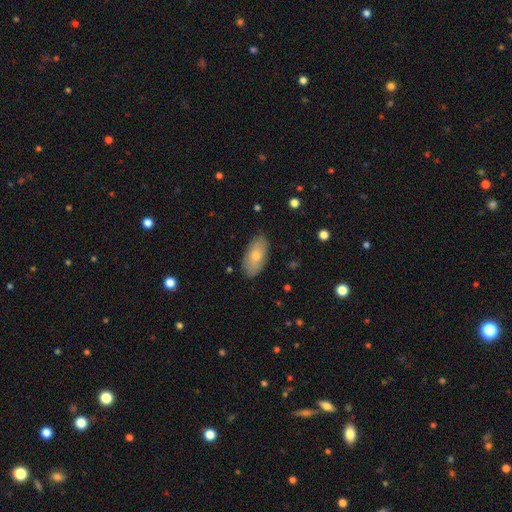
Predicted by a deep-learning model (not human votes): This appears to be a smooth galaxy with no disk features (68%) that is in between round and cigar-shaped (91%). Merging: none (85%).